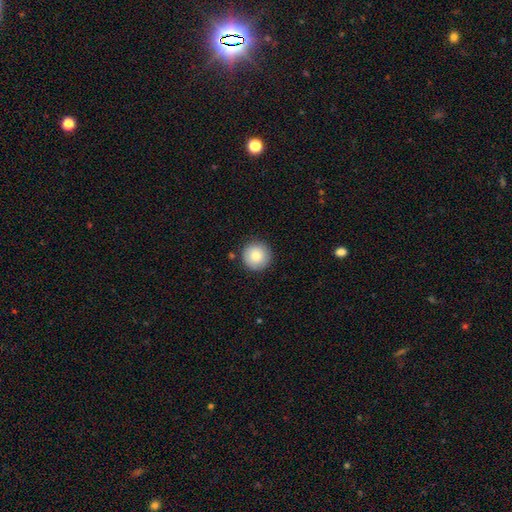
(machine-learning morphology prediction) Smooth or featured: smooth — 84% (featured or disk — 8%)
How rounded: round — 96% (in between — 3%)
Merging: none — 89% (minor disturbance — 7%)